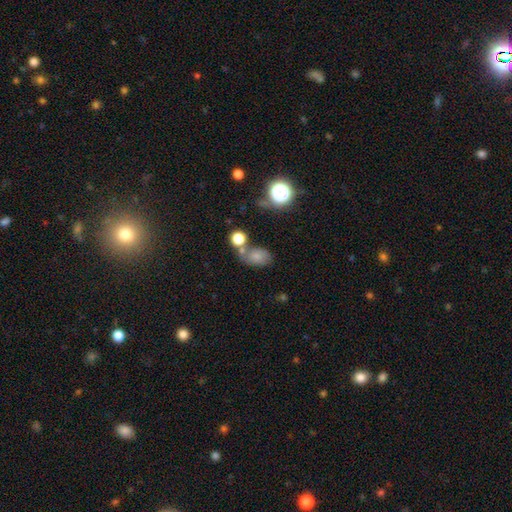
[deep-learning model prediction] Smooth or featured? Predicted: smooth (p=0.68). How rounded? Predicted: in between (p=0.79). Merging? Predicted: none (p=0.51).